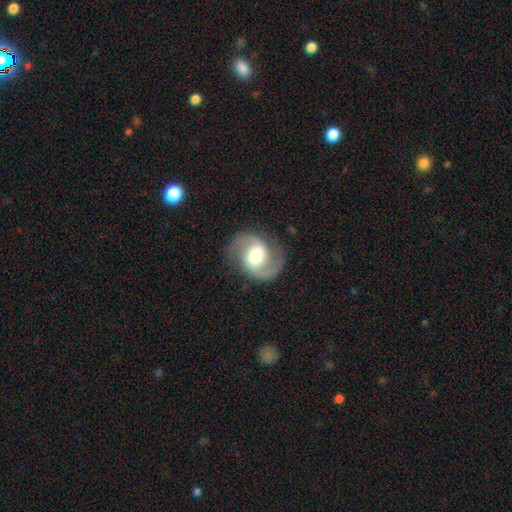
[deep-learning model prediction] Smooth or featured? Predicted: featured or disk (p=0.88). Edge-on disk? Predicted: no (p=0.98). Bar? Predicted: weak (p=0.44). Spiral arms? Predicted: yes (p=0.97). Spiral winding? Predicted: medium (p=0.56). Spiral arm count? Predicted: 2 (p=0.94). Bulge size? Predicted: moderate (p=0.51). Merging? Predicted: none (p=0.83).